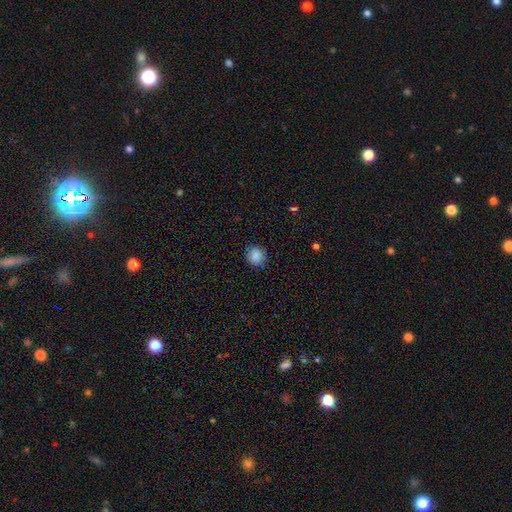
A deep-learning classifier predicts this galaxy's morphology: This is clearly a smooth galaxy (88%). How rounded: clearly round (84%). Merging: clearly none (85%).